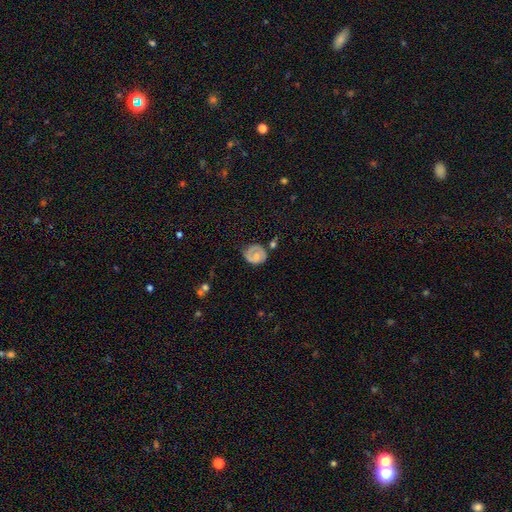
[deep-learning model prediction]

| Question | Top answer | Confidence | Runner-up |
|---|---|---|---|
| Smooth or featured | smooth | 51% | featured or disk (41%) |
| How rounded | round | 74% | in between (25%) |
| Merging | none | 60% | minor disturbance (24%) |